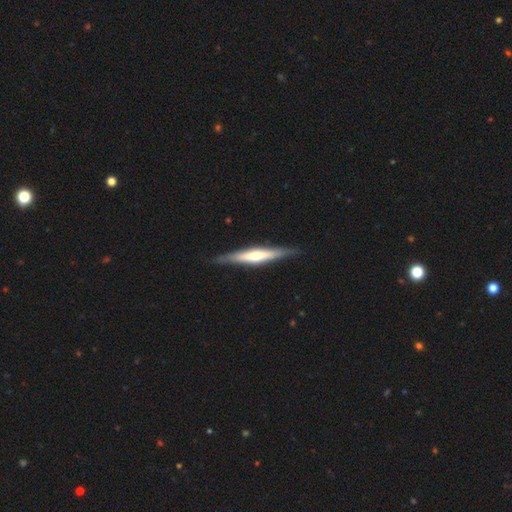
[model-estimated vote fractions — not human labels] Morphology: type=featured or disk (60%); edge-on=yes (95%); edge-on bulge=rounded (66%); merging=none (86%).